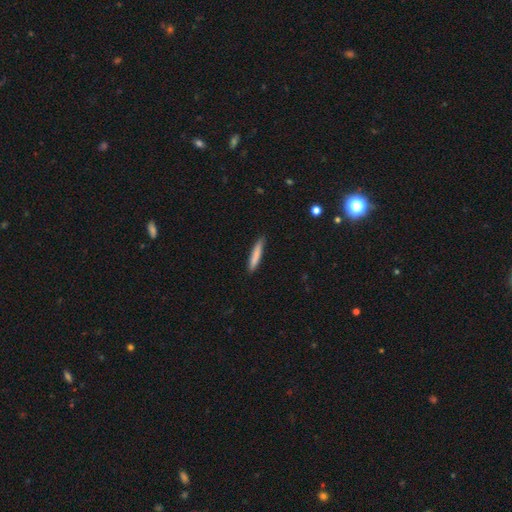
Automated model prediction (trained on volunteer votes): Q: Smooth or featured?
A: smooth (81%); runner-up: featured or disk (14%)
Q: How rounded?
A: cigar-shaped (92%); runner-up: in between (6%)
Q: Merging?
A: none (86%); runner-up: minor disturbance (11%)